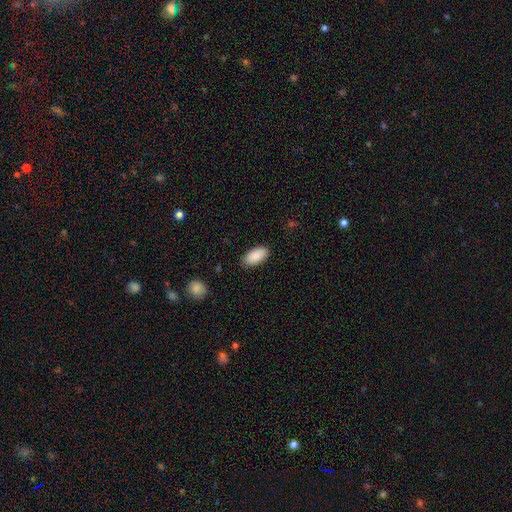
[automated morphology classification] smooth 90%, star or artifact 6%, featured or disk 4%. Down the decision tree: how rounded — in between (93%); merging — none (87%).